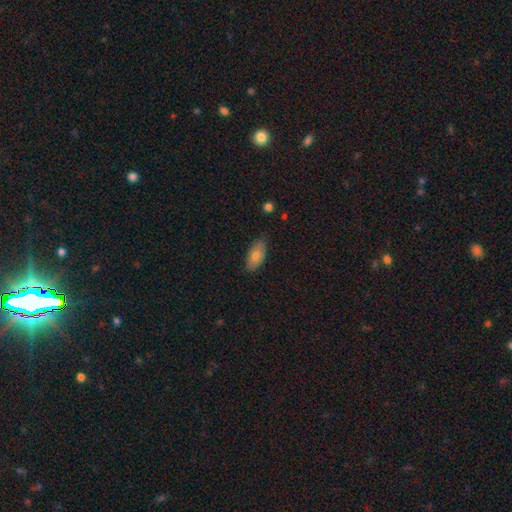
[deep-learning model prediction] Morphology: type=smooth (75%); roundness=in between (88%); merging=none (80%).